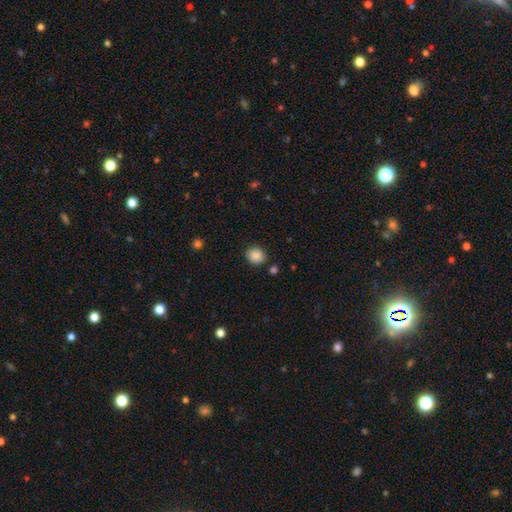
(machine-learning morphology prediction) smooth 88%, star or artifact 9%, featured or disk 3%. Down the decision tree: how rounded — round (79%); merging — none (86%).